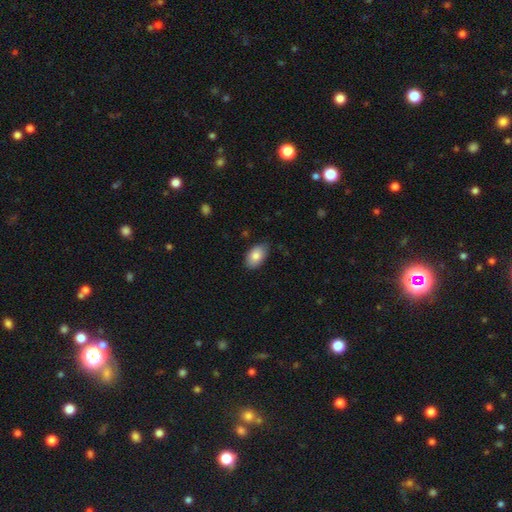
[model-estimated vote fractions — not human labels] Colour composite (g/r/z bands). It shows a smooth galaxy with no disk features (82%) that is in between round and cigar-shaped (92%). Merging: none (78%).